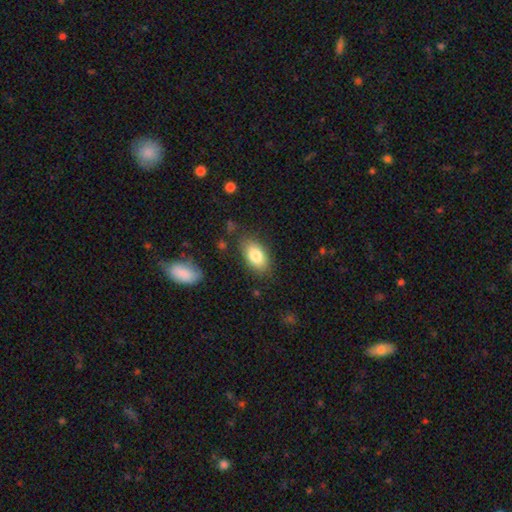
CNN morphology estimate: Q: Smooth or featured?
A: smooth (82%); runner-up: featured or disk (11%)
Q: How rounded?
A: in between (92%); runner-up: round (6%)
Q: Merging?
A: none (80%); runner-up: minor disturbance (14%)